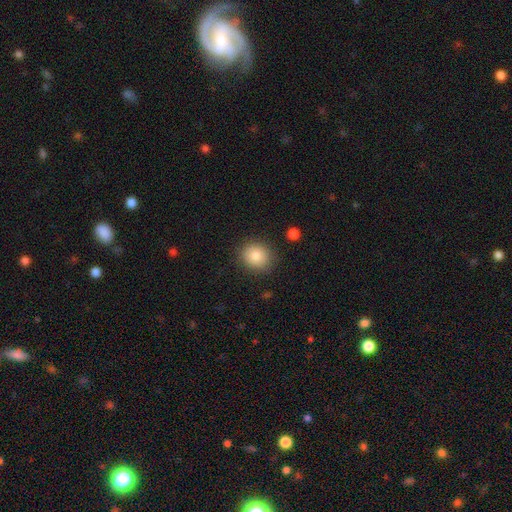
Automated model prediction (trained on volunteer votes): smooth 84%, star or artifact 9%, featured or disk 7%. Down the decision tree: how rounded — round (81%); merging — none (87%).